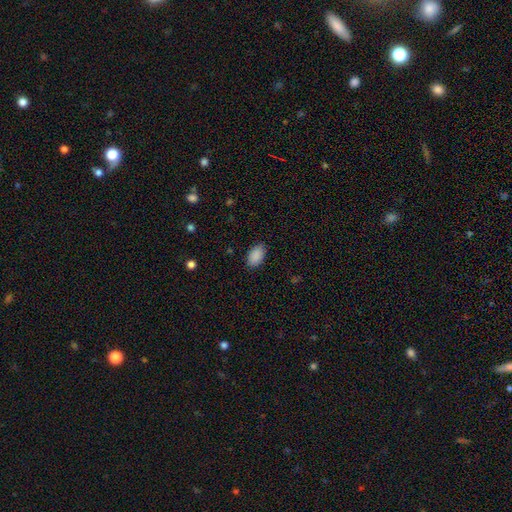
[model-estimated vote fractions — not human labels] smooth-or-featured: smooth: 90% | star or artifact: 7% | featured or disk: 3%
  how-rounded: in between: 93% | round: 6% | cigar-shaped: 1%
  merging: none: 86% | minor disturbance: 10% | major disturbance: 3% | merger: 1%